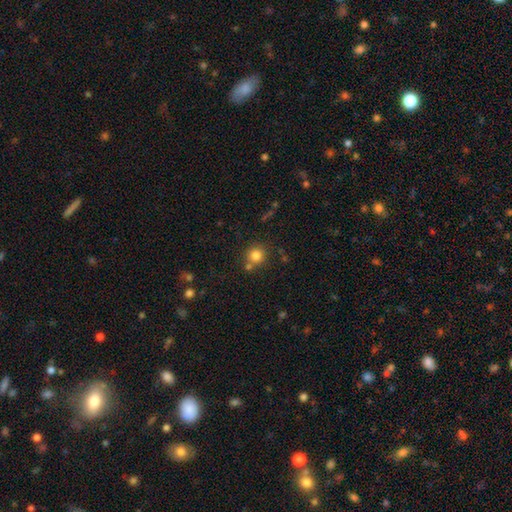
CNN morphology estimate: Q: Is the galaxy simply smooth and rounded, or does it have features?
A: smooth — 81%.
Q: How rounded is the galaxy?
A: round — 91%.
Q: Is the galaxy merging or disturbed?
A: none — 70%.